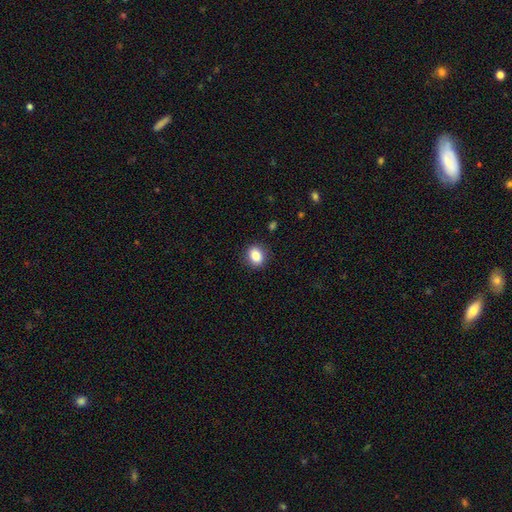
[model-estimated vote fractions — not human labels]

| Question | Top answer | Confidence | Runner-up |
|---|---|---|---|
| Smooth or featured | smooth | 84% | star or artifact (9%) |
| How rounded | round | 58% | in between (41%) |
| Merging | none | 89% | minor disturbance (8%) |